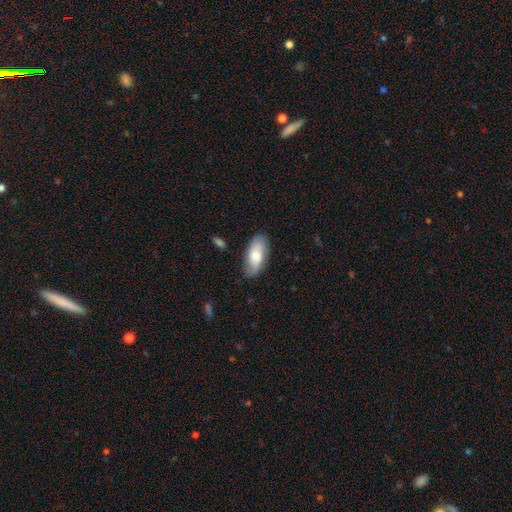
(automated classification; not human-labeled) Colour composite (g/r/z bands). It shows a smooth galaxy with no disk features (71%) that is in between round and cigar-shaped (90%). Merging: none (80%).